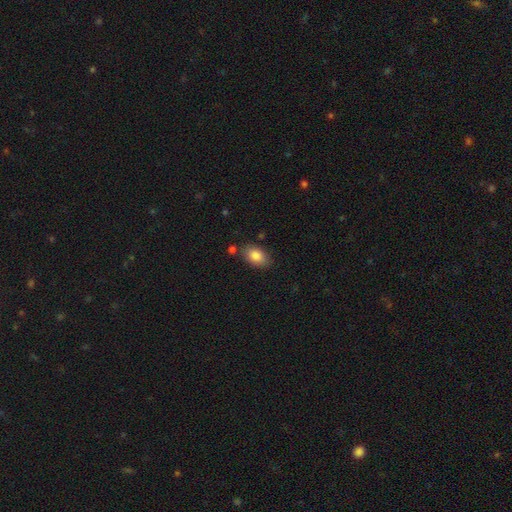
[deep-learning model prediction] Overall: smooth (85%). How rounded: in between (90%). Merging: none (78%).